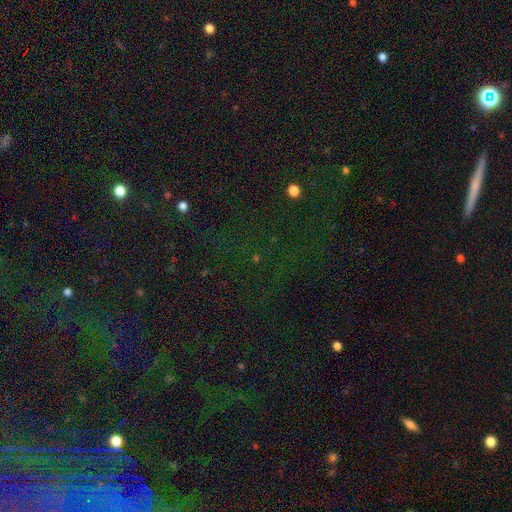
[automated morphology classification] Smooth or featured?
  - star or artifact: 74% *
  - smooth: 15%
  - featured or disk: 11%